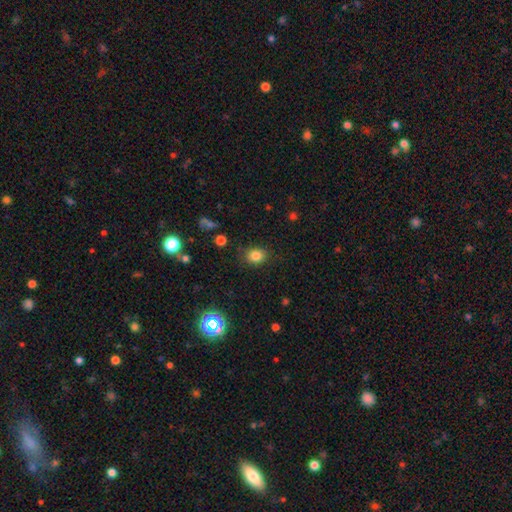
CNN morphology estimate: Overall: smooth (82%). How rounded: round (56%; in between 43%). Merging: none (84%).